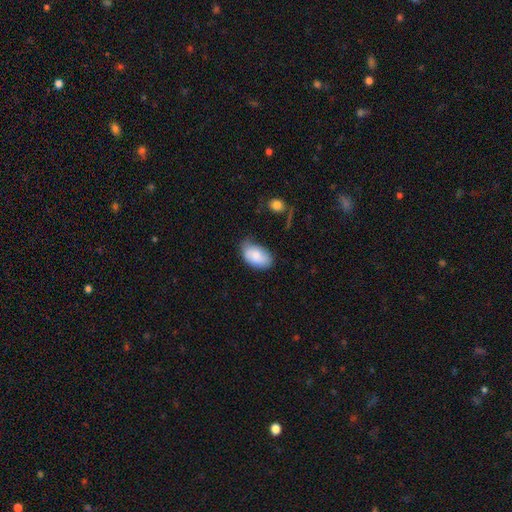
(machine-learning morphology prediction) The model was most divided on "merging": none: 63%, minor disturbance: 29%, major disturbance: 6%, merger: 3%. More confident: how rounded — in between (92%); smooth or featured — smooth (81%).